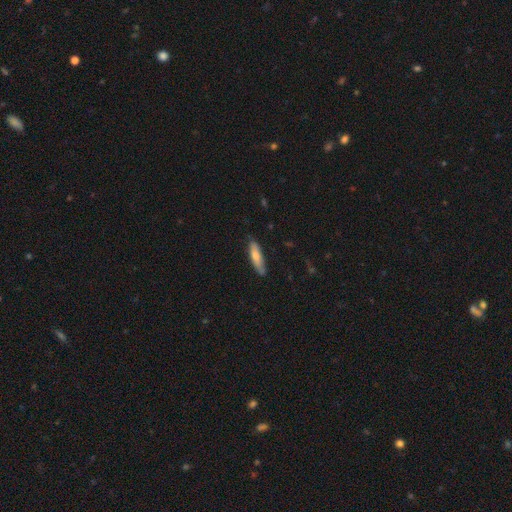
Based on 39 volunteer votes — Overall: smooth (69%). How rounded: cigar-shaped (74%). Merging: none (71%).